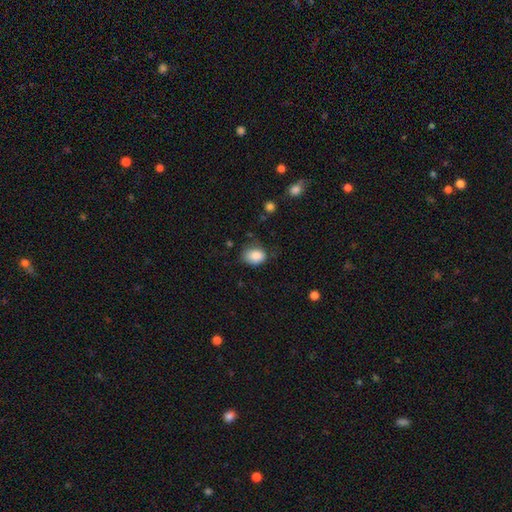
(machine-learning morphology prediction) Q: Smooth or featured?
A: smooth (86%); runner-up: star or artifact (9%)
Q: How rounded?
A: in between (65%); runner-up: round (34%)
Q: Merging?
A: none (61%); runner-up: minor disturbance (28%)